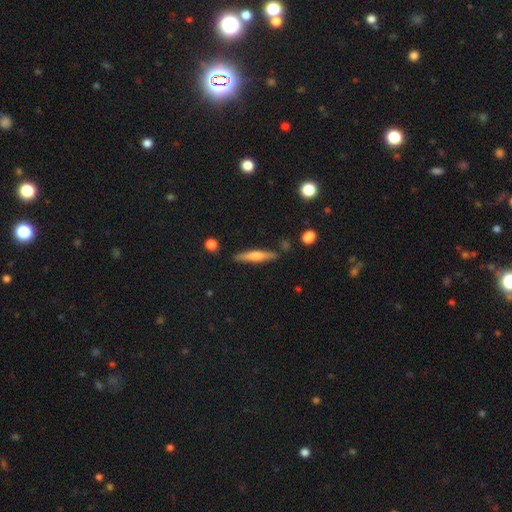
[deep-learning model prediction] Smooth or featured: smooth — 49% (featured or disk — 44%)
Merging: none — 86% (minor disturbance — 10%)